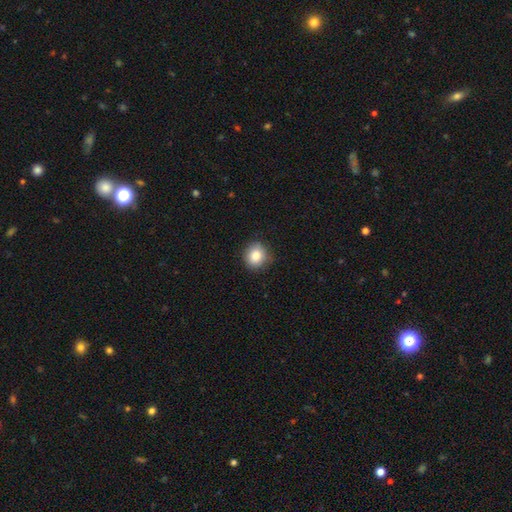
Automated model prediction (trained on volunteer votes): Overall: smooth (84%). How rounded: round (86%). Merging: none (85%).